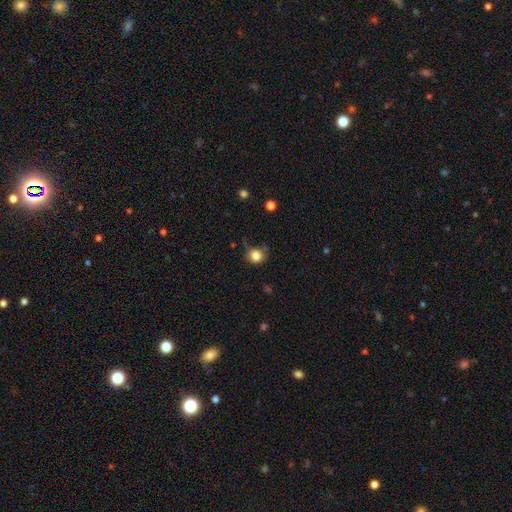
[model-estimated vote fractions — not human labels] A smooth galaxy with no disk features (83%) that is round (85%). Merging: none (62%).